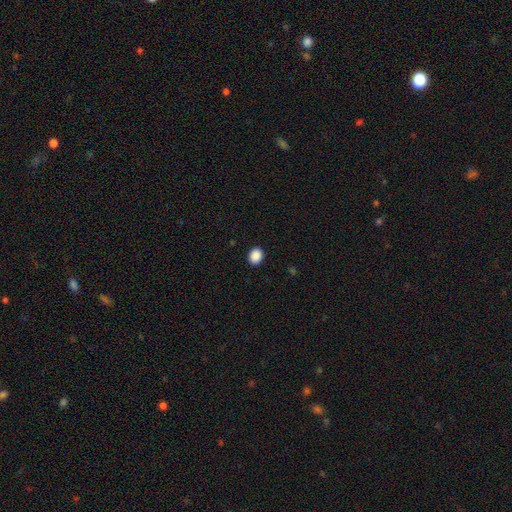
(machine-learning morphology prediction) This appears to be a smooth galaxy with no disk features (89%) that is round (50%). Merging: none (91%).